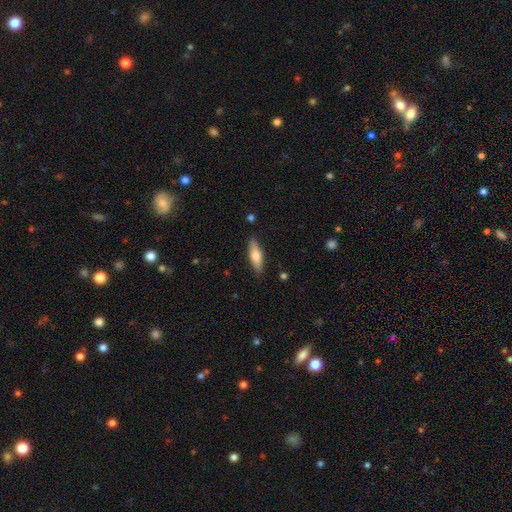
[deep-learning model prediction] Smooth or featured: smooth — 60% (featured or disk — 34%)
How rounded: cigar-shaped — 56% (in between — 41%)
Merging: none — 86% (minor disturbance — 10%)